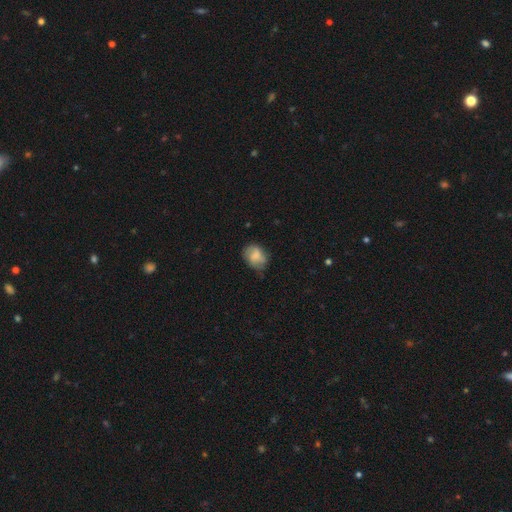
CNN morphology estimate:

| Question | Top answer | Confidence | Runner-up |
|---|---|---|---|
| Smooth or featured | smooth | 67% | featured or disk (25%) |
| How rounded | in between | 57% | round (42%) |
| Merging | none | 56% | minor disturbance (31%) |